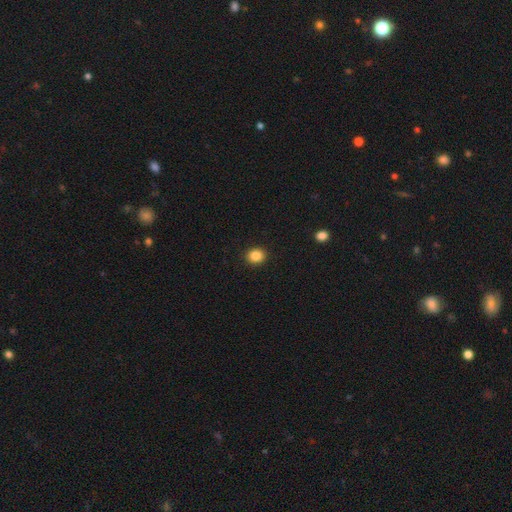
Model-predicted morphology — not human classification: Smooth or featured? Predicted: smooth (p=0.86). How rounded? Predicted: round (p=0.72). Merging? Predicted: none (p=0.92).